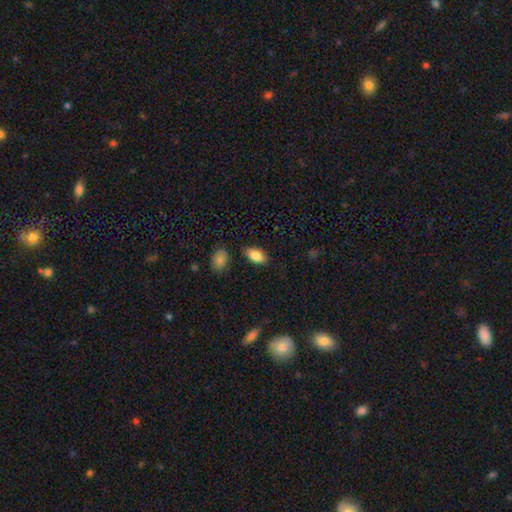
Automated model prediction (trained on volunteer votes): Smooth or featured? smooth (87%)
How rounded? in between (93%)
Merging? none (84%)